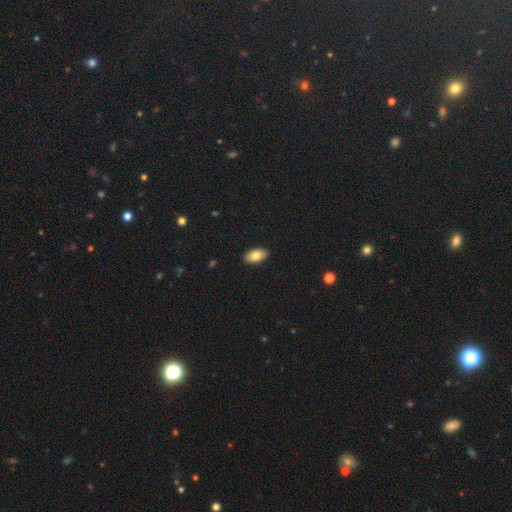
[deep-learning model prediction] Smooth or featured? Predicted: smooth (p=0.81). How rounded? Predicted: in between (p=0.94). Merging? Predicted: none (p=0.90).